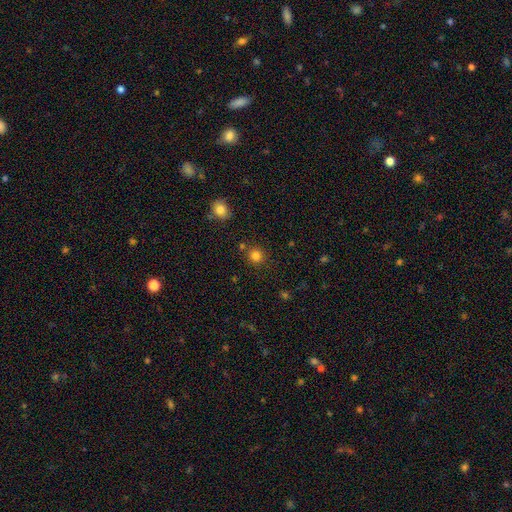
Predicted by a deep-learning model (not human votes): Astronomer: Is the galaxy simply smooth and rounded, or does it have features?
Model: smooth — 81%.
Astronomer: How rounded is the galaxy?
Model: round — 92%.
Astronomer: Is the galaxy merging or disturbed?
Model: none — 82%.